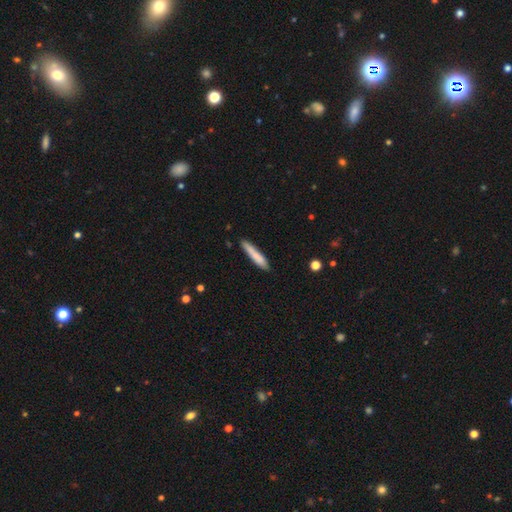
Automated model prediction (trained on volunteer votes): smooth 77%, featured or disk 17%, star or artifact 6%. Down the decision tree: how rounded — cigar-shaped (91%); merging — none (79%).